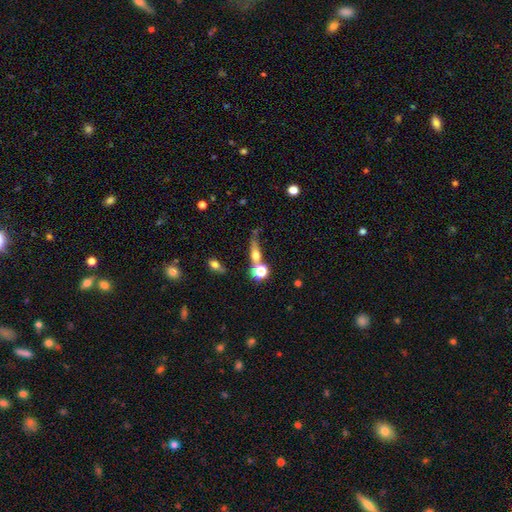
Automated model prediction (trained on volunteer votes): Morphology: type=smooth (57%); roundness=in between (35%); merging=none (43%).